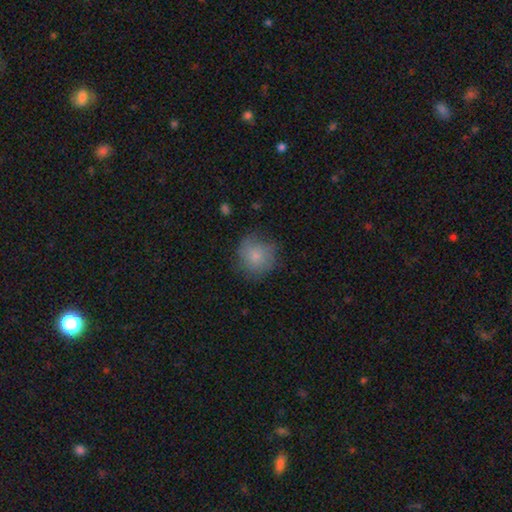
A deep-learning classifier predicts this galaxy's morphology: A smooth galaxy with no disk features (77%) that is round (87%).

Vote fractions:
- Smooth or featured? smooth: 77% / featured or disk: 13% / star or artifact: 9%
- How rounded? round: 87% / in between: 12% / cigar-shaped: 1%
- Merging? none: 64% / minor disturbance: 25% / major disturbance: 9% / merger: 2%